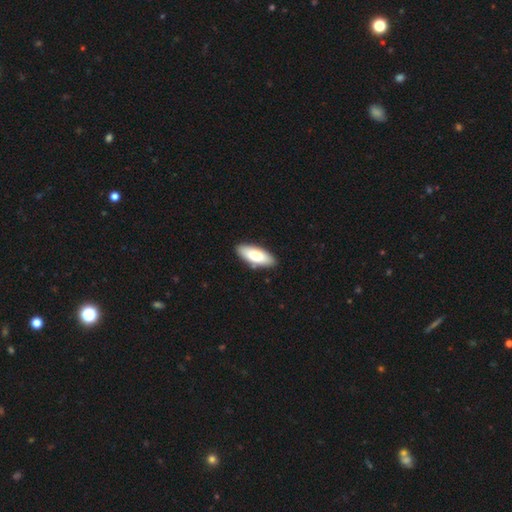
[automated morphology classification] Q: Smooth or featured?
A: smooth (75%); runner-up: featured or disk (20%)
Q: How rounded?
A: in between (74%); runner-up: cigar-shaped (25%)
Q: Merging?
A: none (89%); runner-up: minor disturbance (8%)